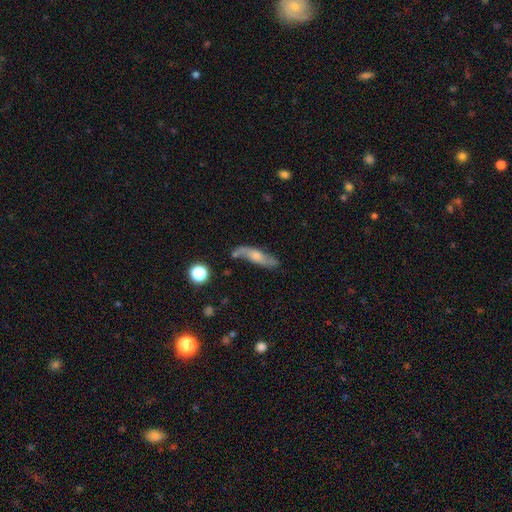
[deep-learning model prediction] Smooth or featured: featured or disk — 55% (smooth — 37%)
Edge-on disk: no — 60% (yes — 40%)
Merging: none — 64% (minor disturbance — 21%)